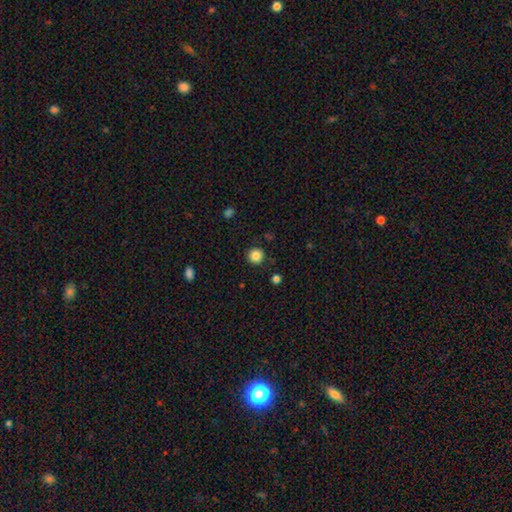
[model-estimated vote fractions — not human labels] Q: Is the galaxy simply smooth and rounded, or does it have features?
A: smooth — 85%.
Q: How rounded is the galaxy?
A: round — 95%.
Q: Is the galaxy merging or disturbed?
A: none — 90%.